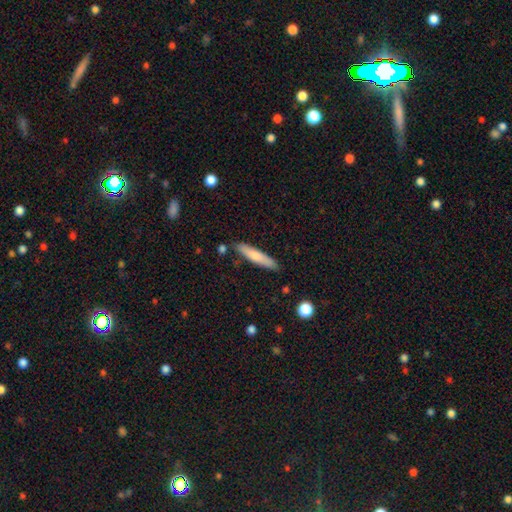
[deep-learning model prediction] smooth-or-featured: smooth: 69% | featured or disk: 25% | star or artifact: 6%
  how-rounded: cigar-shaped: 87% | in between: 12% | round: 1%
  merging: none: 84% | minor disturbance: 11% | merger: 3% | major disturbance: 2%